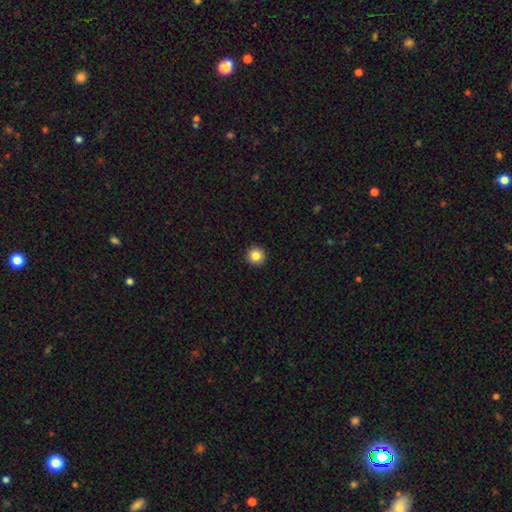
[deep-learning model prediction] Overall: smooth (84%). How rounded: round (96%). Merging: none (94%).